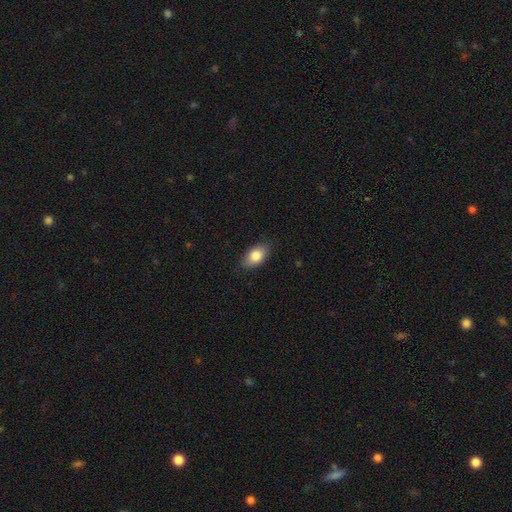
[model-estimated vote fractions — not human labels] Morphology: type=smooth (82%); roundness=in between (89%); merging=none (84%).